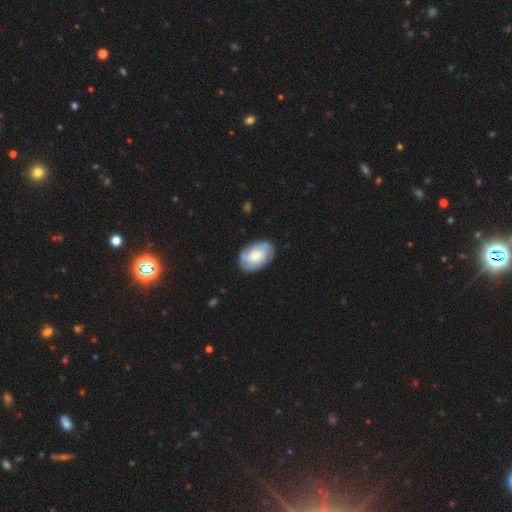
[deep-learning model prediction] This is possibly a smooth galaxy (48%). Merging: clearly none (81%).